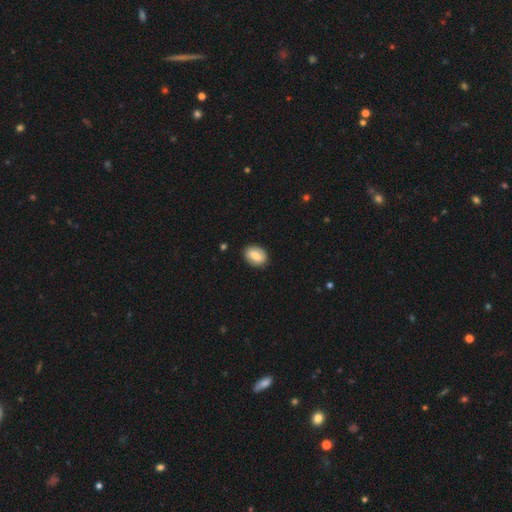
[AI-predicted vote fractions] Q: Smooth or featured?
A: smooth (71%); runner-up: featured or disk (22%)
Q: How rounded?
A: in between (77%); runner-up: round (21%)
Q: Merging?
A: none (87%); runner-up: minor disturbance (9%)